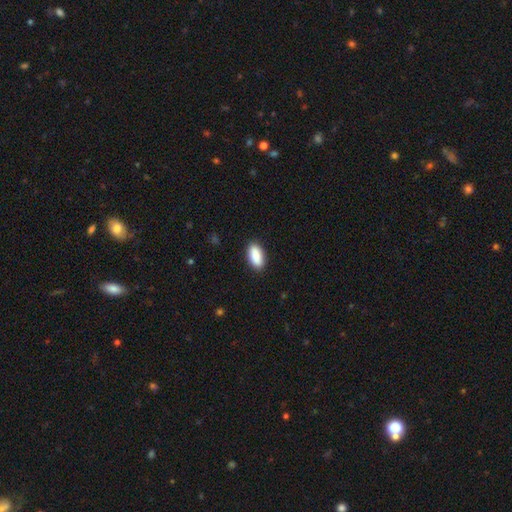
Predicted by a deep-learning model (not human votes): Smooth or featured?
  - smooth: 90% *
  - star or artifact: 6%
  - featured or disk: 4%
How rounded?
  - in between: 88% *
  - cigar-shaped: 9%
  - round: 3%
Merging?
  - none: 89% *
  - minor disturbance: 8%
  - major disturbance: 2%
  - merger: 1%